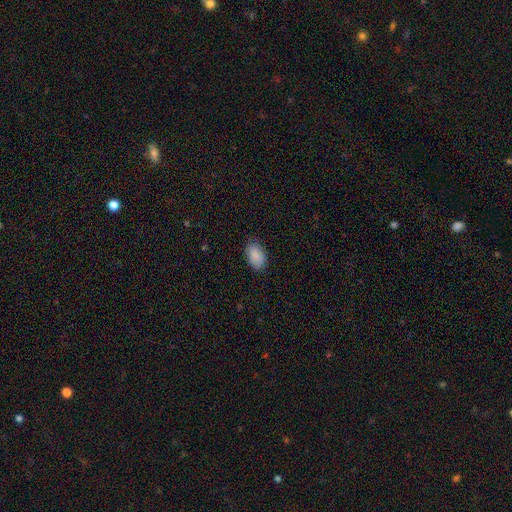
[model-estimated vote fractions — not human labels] smooth-or-featured: smooth: 89% | star or artifact: 7% | featured or disk: 5%
  how-rounded: in between: 92% | round: 6% | cigar-shaped: 2%
  merging: none: 79% | minor disturbance: 17% | major disturbance: 3% | merger: 1%